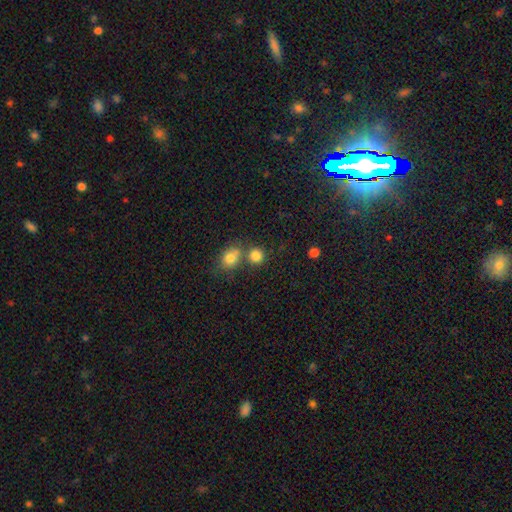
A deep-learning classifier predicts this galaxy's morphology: This is clearly a smooth galaxy (82%). How rounded: clearly round (84%). Merging: possibly none (55%).